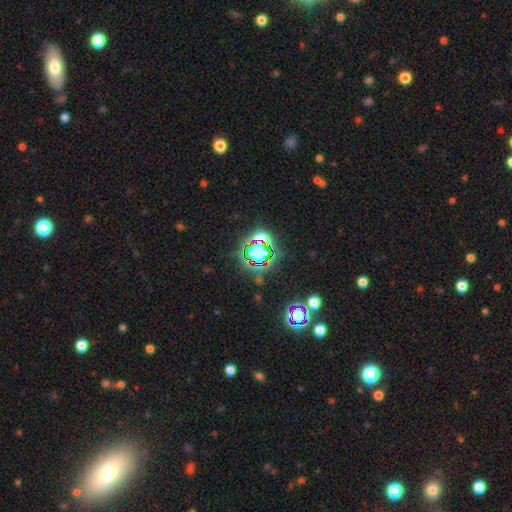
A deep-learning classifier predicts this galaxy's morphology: Smooth or featured? star or artifact (75%)